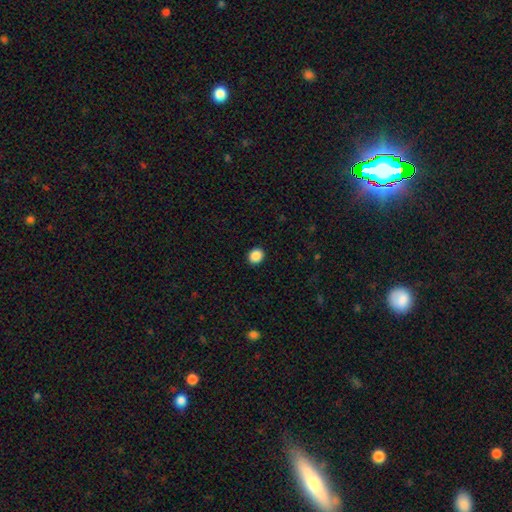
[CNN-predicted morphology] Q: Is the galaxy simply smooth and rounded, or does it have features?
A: smooth — 88%.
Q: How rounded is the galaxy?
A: round — 74%.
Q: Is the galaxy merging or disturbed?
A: none — 92%.